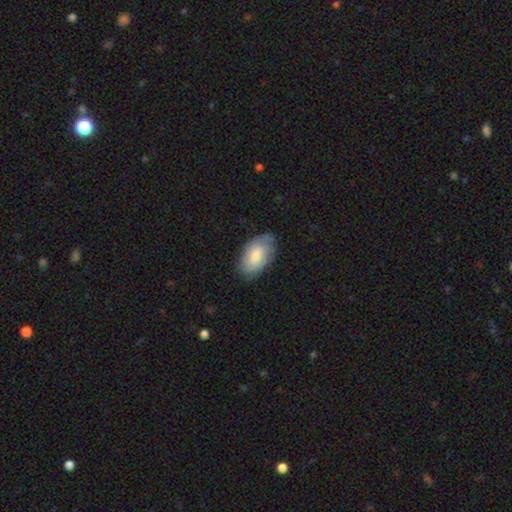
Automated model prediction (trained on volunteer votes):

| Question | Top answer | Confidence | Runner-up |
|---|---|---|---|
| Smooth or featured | smooth | 66% | featured or disk (28%) |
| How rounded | in between | 94% | round (4%) |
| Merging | none | 73% | minor disturbance (21%) |